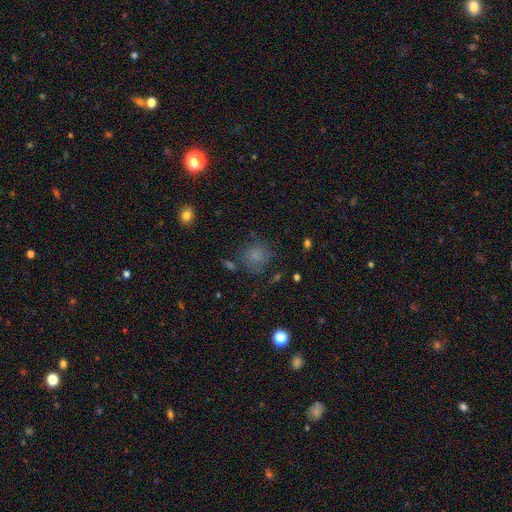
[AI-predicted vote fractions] Smooth or featured?
  - smooth: 76% *
  - star or artifact: 15%
  - featured or disk: 8%
How rounded?
  - round: 84% *
  - in between: 15%
  - cigar-shaped: 1%
Merging?
  - none: 70% *
  - minor disturbance: 18%
  - major disturbance: 8%
  - merger: 5%